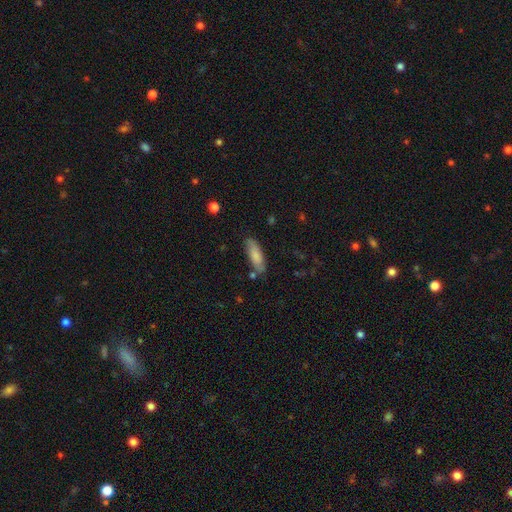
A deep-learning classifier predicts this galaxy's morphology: smooth-or-featured: smooth: 79% | featured or disk: 15% | star or artifact: 6%
  how-rounded: in between: 58% | cigar-shaped: 40% | round: 2%
  merging: none: 76% | minor disturbance: 16% | merger: 4% | major disturbance: 3%